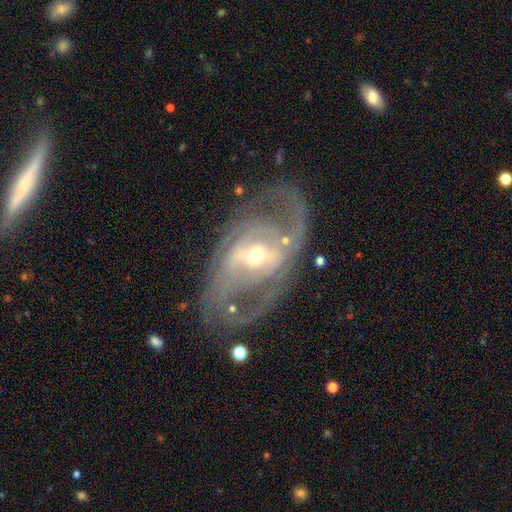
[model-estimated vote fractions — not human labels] Smooth or featured?
  - featured or disk: 85% *
  - smooth: 10%
  - star or artifact: 5%
Edge-on disk?
  - no: 93% *
  - yes: 7%
Bar?
  - weak: 39% *
  - strong: 33%
  - no: 27%
Spiral arms?
  - yes: 77% *
  - no: 23%
Spiral winding?
  - tight: 49% *
  - medium: 36%
  - loose: 15%
Spiral arm count?
  - 2: 57% *
  - can't tell: 25%
  - 3: 7%
  - 1: 5%
  - 4: 3%
  - more than 4: 3%
Bulge size?
  - moderate: 51% *
  - small: 44%
  - large: 4%
  - dominant: 1%
  - none: 1%
Merging?
  - none: 69% *
  - minor disturbance: 16%
  - major disturbance: 12%
  - merger: 3%